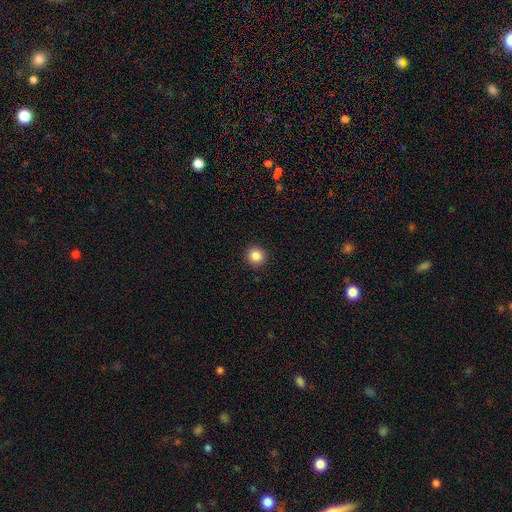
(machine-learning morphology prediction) smooth 87%, star or artifact 10%, featured or disk 3%. Down the decision tree: how rounded — round (94%); merging — none (92%).